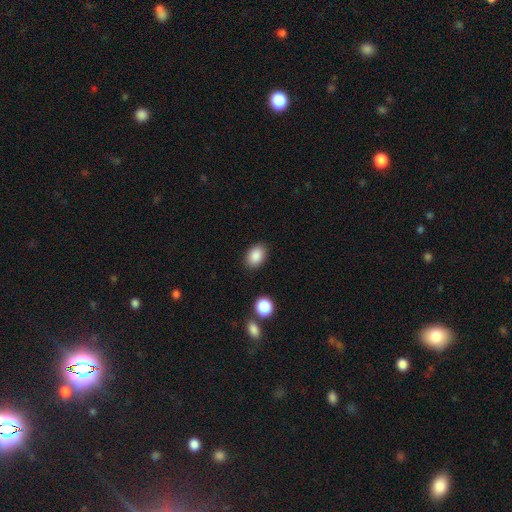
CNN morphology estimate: Smooth or featured? smooth (87%)
How rounded? in between (80%)
Merging? none (87%)